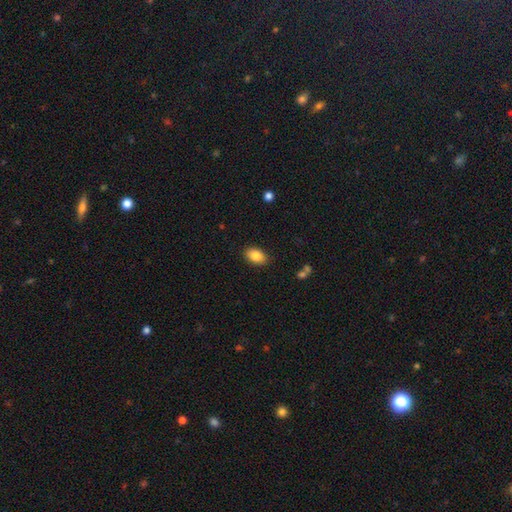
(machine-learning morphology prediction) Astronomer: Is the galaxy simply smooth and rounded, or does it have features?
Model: smooth — 86%.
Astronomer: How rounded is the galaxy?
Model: in between — 88%.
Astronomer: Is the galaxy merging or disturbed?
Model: none — 87%.